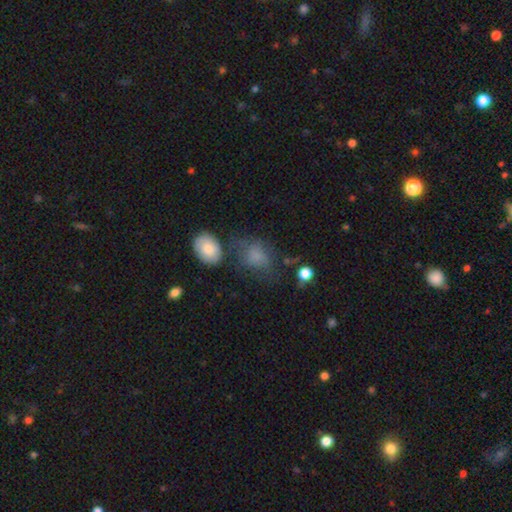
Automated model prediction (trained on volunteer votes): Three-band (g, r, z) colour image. It shows a smooth galaxy with no disk features (72%) that is in between round and cigar-shaped (58%). Merging: none (46%).